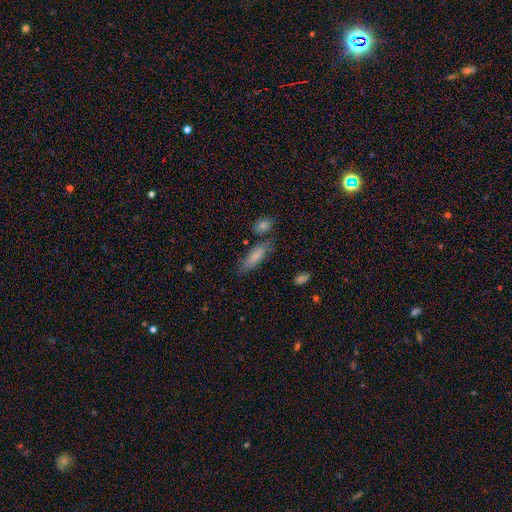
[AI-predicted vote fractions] A smooth galaxy with no disk features (78%) that is in between round and cigar-shaped (53%).

Vote fractions:
- Smooth or featured? smooth: 78% / featured or disk: 15% / star or artifact: 7%
- How rounded? in between: 53% / cigar-shaped: 45% / round: 2%
- Merging? none: 67% / minor disturbance: 18% / merger: 10% / major disturbance: 5%